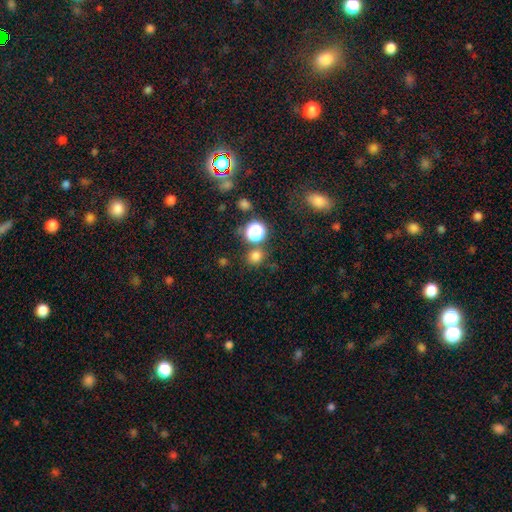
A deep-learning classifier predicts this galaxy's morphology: A smooth galaxy with no disk features (73%) that is round (87%).

Vote fractions:
- Smooth or featured? smooth: 73% / star or artifact: 22% / featured or disk: 5%
- How rounded? round: 87% / in between: 12% / cigar-shaped: 1%
- Merging? none: 78% / merger: 10% / minor disturbance: 8% / major disturbance: 3%